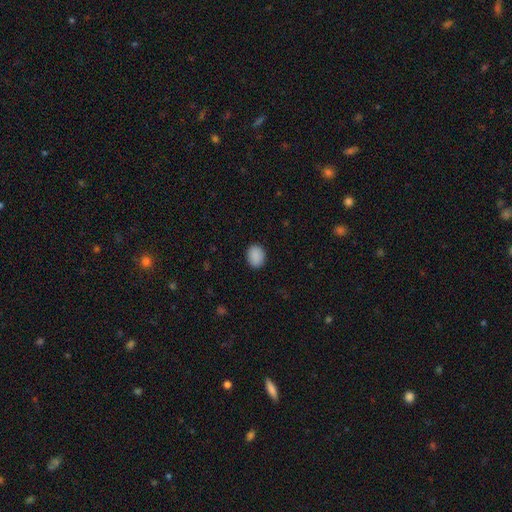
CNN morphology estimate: Smooth or featured? smooth (89%)
How rounded? in between (51%)
Merging? none (89%)